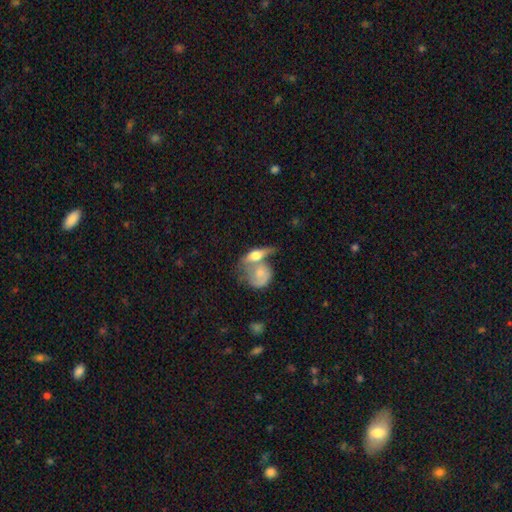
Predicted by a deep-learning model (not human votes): Smooth or featured? smooth (50%)
How rounded? in between (61%)
Merging? merger (59%)